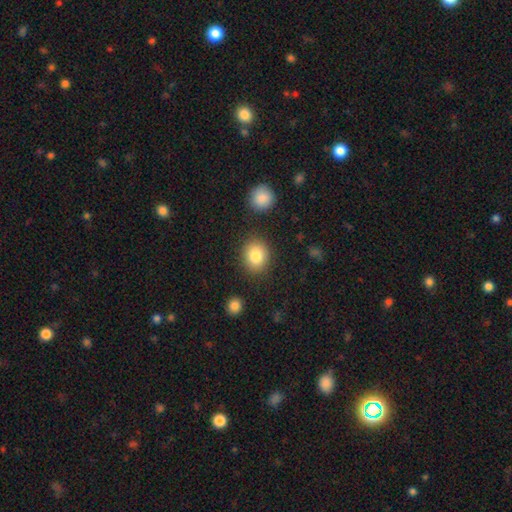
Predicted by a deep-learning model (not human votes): smooth-or-featured: smooth: 84% | star or artifact: 9% | featured or disk: 7%
  how-rounded: round: 64% | in between: 35% | cigar-shaped: 1%
  merging: none: 83% | minor disturbance: 10% | merger: 4% | major disturbance: 3%